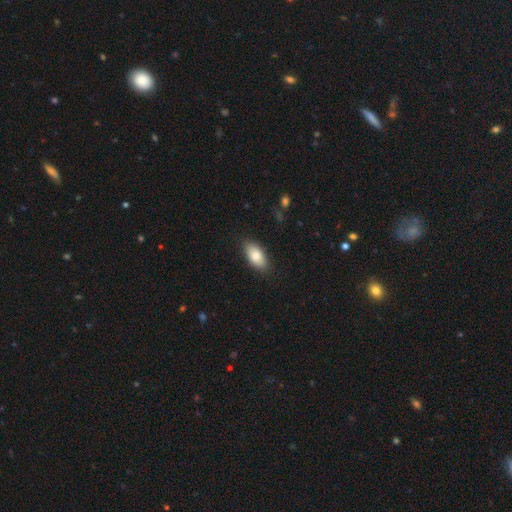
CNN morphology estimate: This is clearly a smooth galaxy (83%). How rounded: clearly in between (91%). Merging: clearly none (85%).